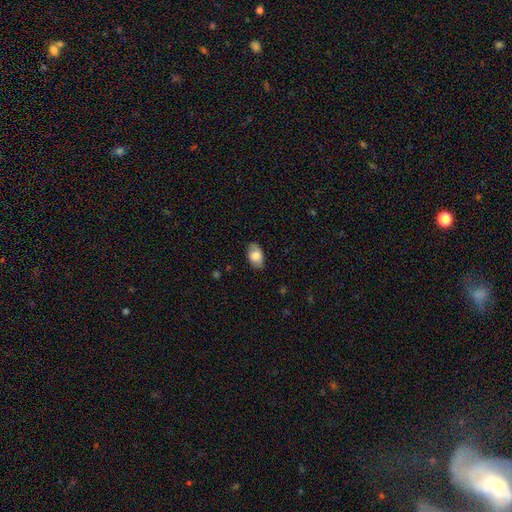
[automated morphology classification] smooth 80%, featured or disk 13%, star or artifact 7%. Down the decision tree: how rounded — in between (91%); merging — none (83%).